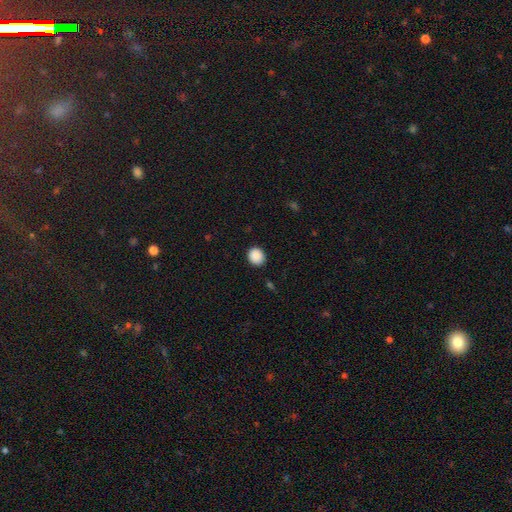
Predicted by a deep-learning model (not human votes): Overall: smooth (89%). How rounded: round (73%). Merging: none (90%).